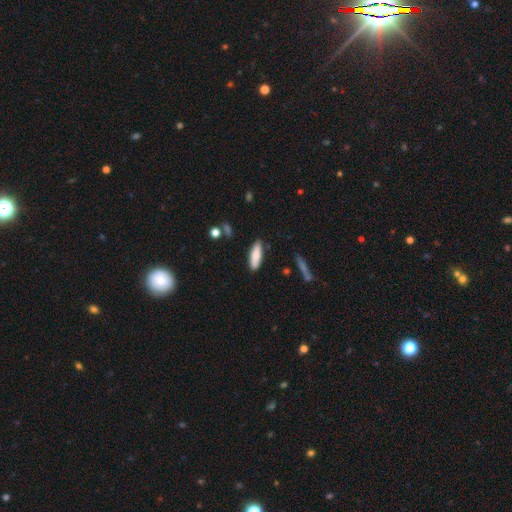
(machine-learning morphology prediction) This appears to be a smooth galaxy with no disk features (79%) that is in between round and cigar-shaped (55%). Merging: none (85%).